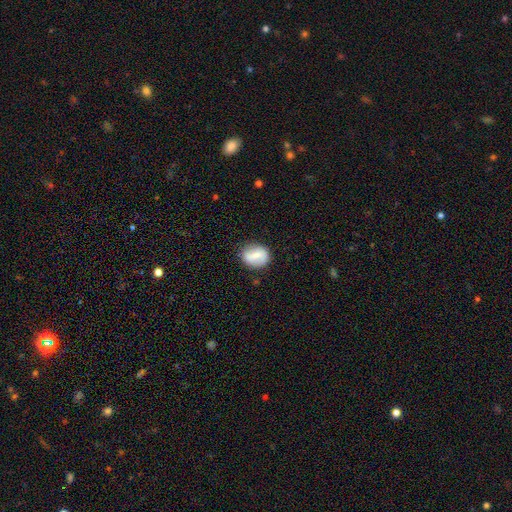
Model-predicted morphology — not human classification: smooth 63%, featured or disk 29%, star or artifact 8%. Down the decision tree: how rounded — round (58%); merging — none (79%).